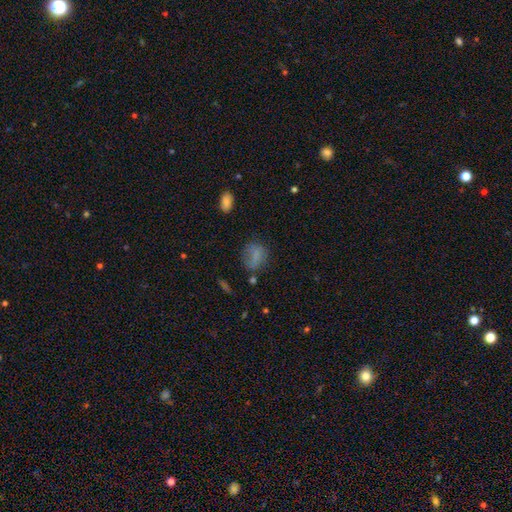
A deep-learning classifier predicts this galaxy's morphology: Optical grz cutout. It shows a smooth galaxy with no disk features (72%) that is in between round and cigar-shaped (51%). Merging: none (58%).